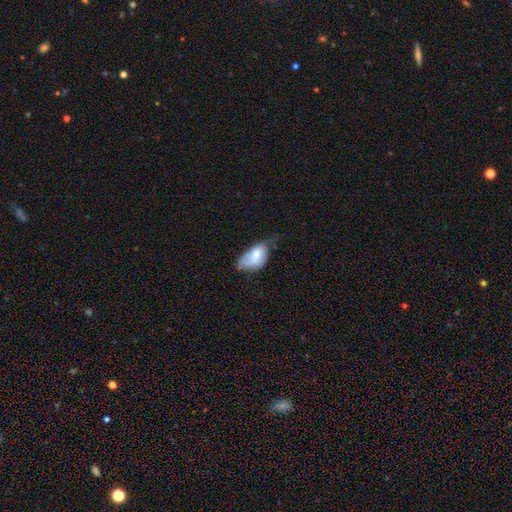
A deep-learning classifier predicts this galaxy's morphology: Smooth or featured?
  - smooth: 67% *
  - featured or disk: 26%
  - star or artifact: 7%
How rounded?
  - in between: 92% *
  - round: 5%
  - cigar-shaped: 2%
Merging?
  - minor disturbance: 44% *
  - none: 27%
  - major disturbance: 26%
  - merger: 4%